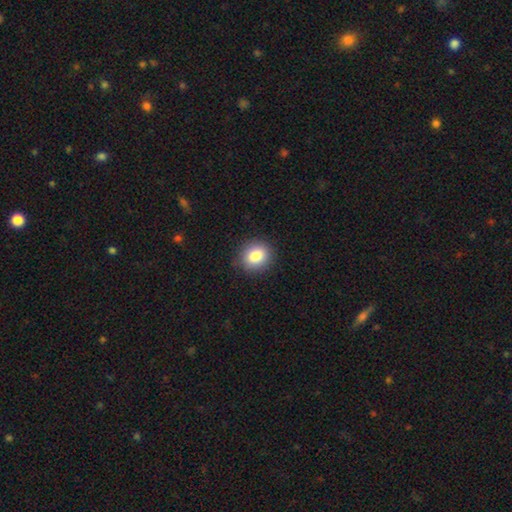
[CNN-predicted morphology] This appears to be a smooth galaxy with no disk features (83%) that is round (78%). Merging: none (89%).